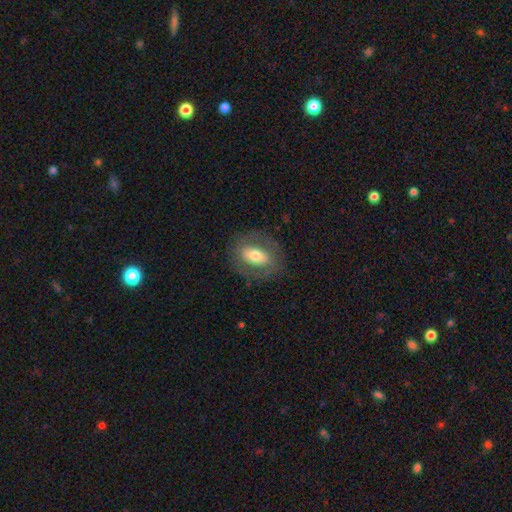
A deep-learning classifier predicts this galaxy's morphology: type=smooth (49%); merging=none (78%).